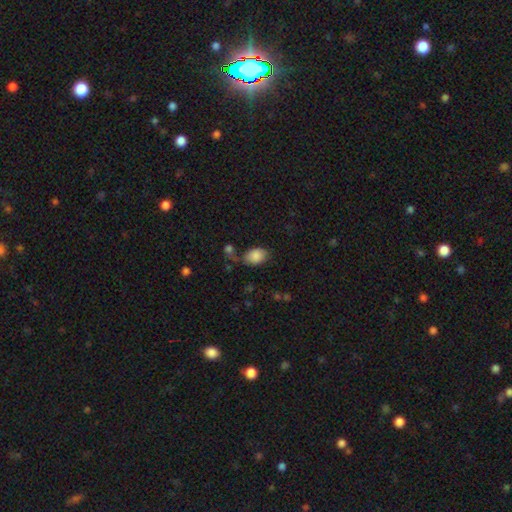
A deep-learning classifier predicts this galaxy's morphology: Overall: smooth (85%). How rounded: in between (79%). Merging: none (57%; minor disturbance 23%).